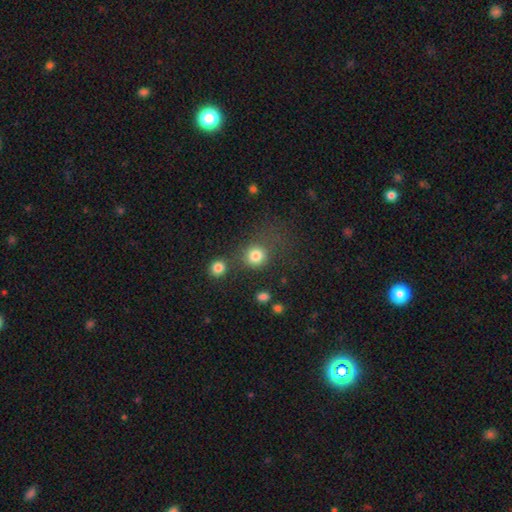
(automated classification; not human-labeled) A smooth galaxy with no disk features (82%) that is round (86%). Merging: none (62%).